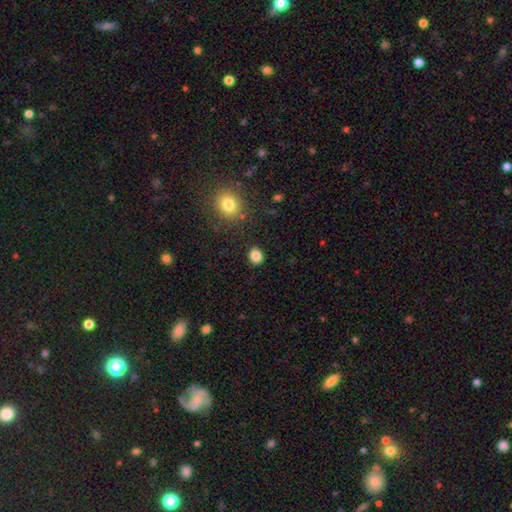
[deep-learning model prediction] smooth_or_featured: smooth (p=0.85) [alt: star or artifact p=0.10]
how_rounded: round (p=0.57) [alt: in between p=0.42]
merging: none (p=0.87) [alt: minor disturbance p=0.08]